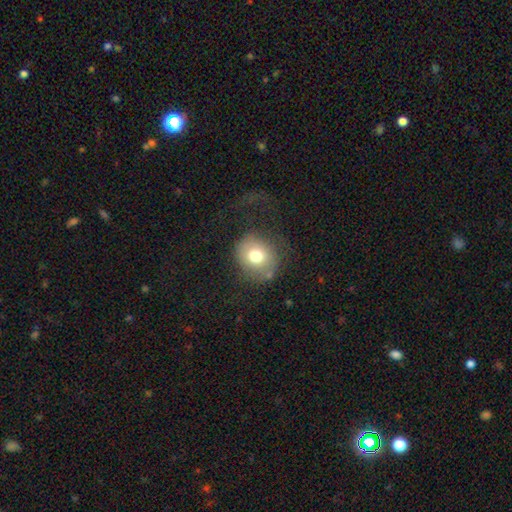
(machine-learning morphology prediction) This is likely a smooth galaxy (72%). How rounded: likely round (74%). Merging: possibly none (59%).